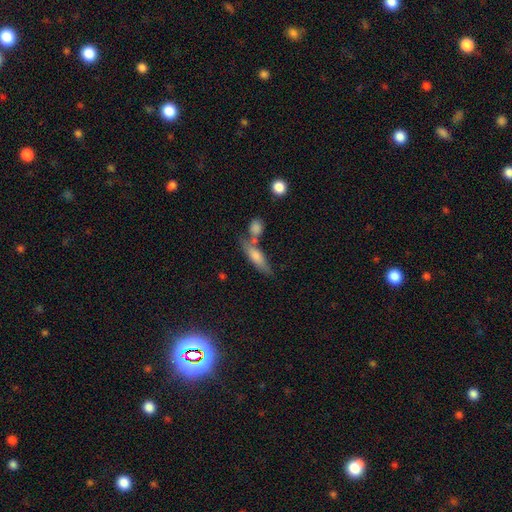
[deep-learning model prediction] Overall: smooth (65%; featured or disk 28%). How rounded: cigar-shaped (59%; in between 38%). Merging: none (53%; merger 27%).